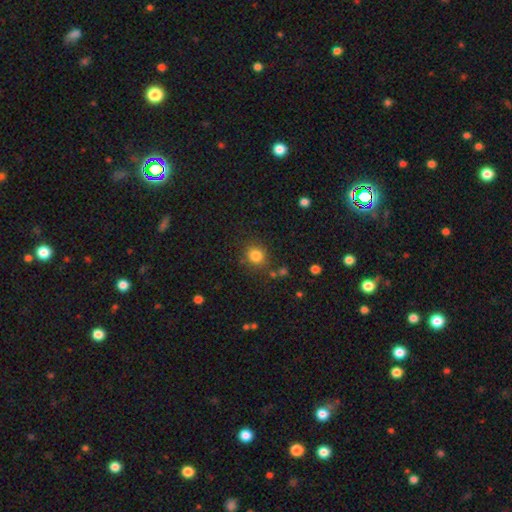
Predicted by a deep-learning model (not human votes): Smooth or featured?
  - smooth: 83% *
  - star or artifact: 12%
  - featured or disk: 5%
How rounded?
  - round: 85% *
  - in between: 15%
  - cigar-shaped: 1%
Merging?
  - none: 82% *
  - minor disturbance: 10%
  - merger: 4%
  - major disturbance: 4%